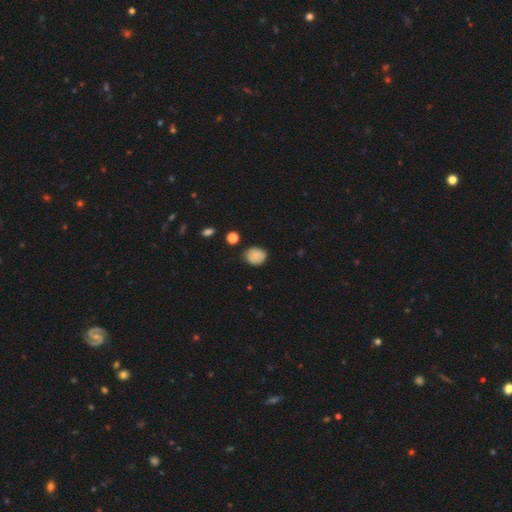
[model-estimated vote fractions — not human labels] A smooth galaxy with no disk features (84%) that is round (69%).

Vote fractions:
- Smooth or featured? smooth: 84% / star or artifact: 9% / featured or disk: 7%
- How rounded? round: 69% / in between: 30% / cigar-shaped: 1%
- Merging? none: 76% / minor disturbance: 18% / major disturbance: 3% / merger: 3%